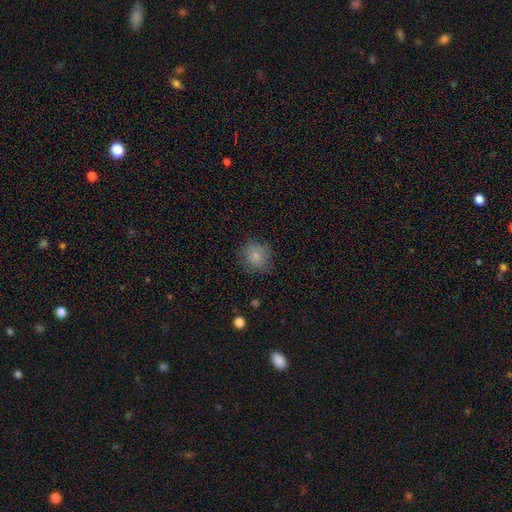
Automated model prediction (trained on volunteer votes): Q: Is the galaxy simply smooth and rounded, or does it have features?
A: smooth — 84%.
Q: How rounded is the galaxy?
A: round — 85%.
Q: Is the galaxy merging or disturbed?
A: none — 83%.